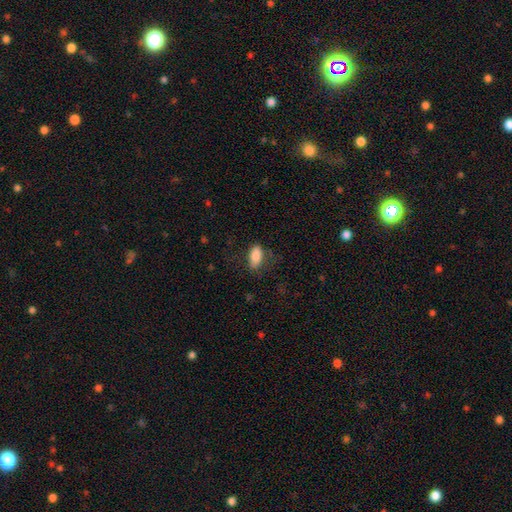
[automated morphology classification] smooth-or-featured: smooth: 84% | featured or disk: 9% | star or artifact: 7%
  how-rounded: in between: 86% | cigar-shaped: 11% | round: 4%
  merging: none: 69% | minor disturbance: 21% | major disturbance: 9% | merger: 1%